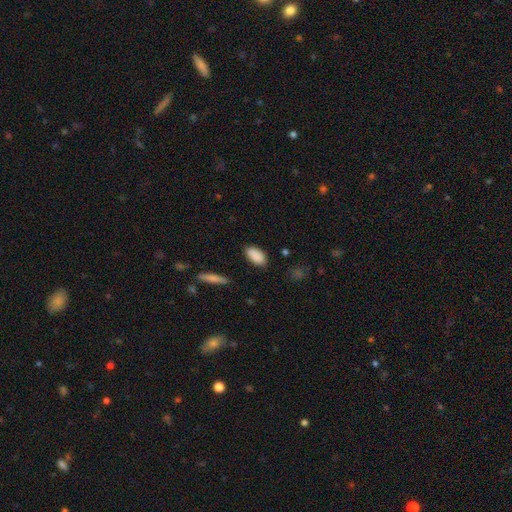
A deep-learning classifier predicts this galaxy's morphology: Smooth or featured? smooth (89%)
How rounded? in between (92%)
Merging? none (83%)